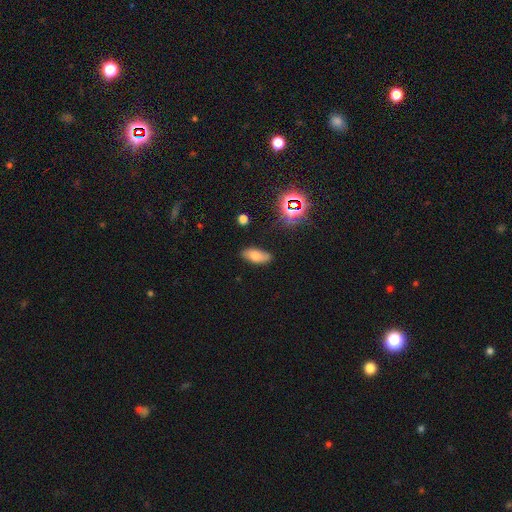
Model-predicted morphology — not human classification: This is likely a smooth galaxy (72%). How rounded: clearly in between (85%). Merging: likely none (80%).